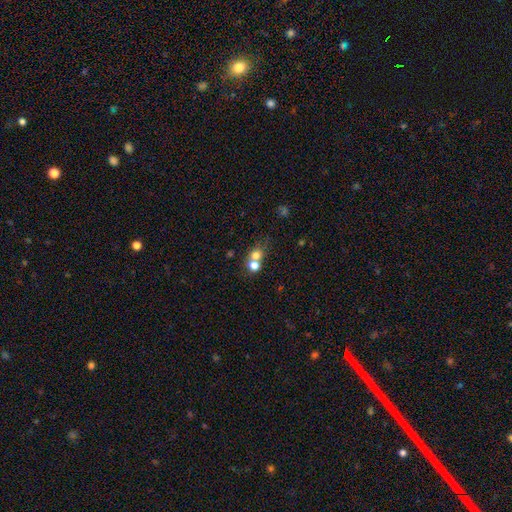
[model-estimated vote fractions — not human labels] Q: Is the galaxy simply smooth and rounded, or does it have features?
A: smooth — 72%.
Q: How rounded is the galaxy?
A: round — 78%.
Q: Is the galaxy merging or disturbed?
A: merger — 50%.